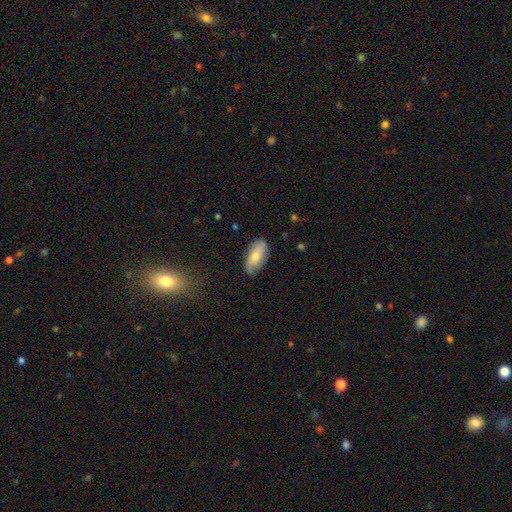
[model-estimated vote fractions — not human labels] Q: Smooth or featured?
A: smooth (66%); runner-up: featured or disk (28%)
Q: How rounded?
A: in between (89%); runner-up: cigar-shaped (8%)
Q: Merging?
A: none (69%); runner-up: minor disturbance (25%)